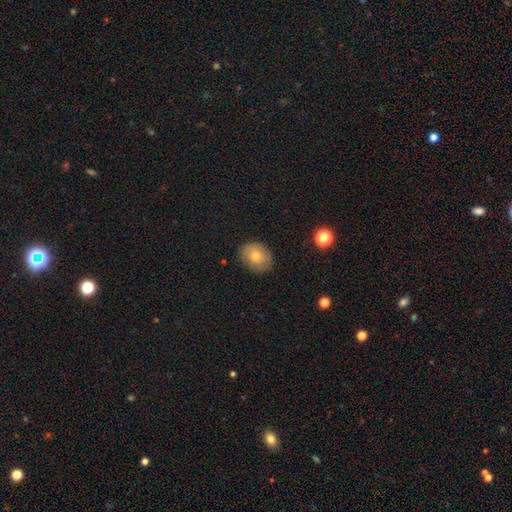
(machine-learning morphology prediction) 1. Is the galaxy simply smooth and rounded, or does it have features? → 68% smooth, 21% featured or disk, 11% star or artifact.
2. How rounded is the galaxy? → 57% round, 42% in between, 1% cigar-shaped.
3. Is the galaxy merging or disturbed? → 80% none, 16% minor disturbance, 3% major disturbance, 1% merger.